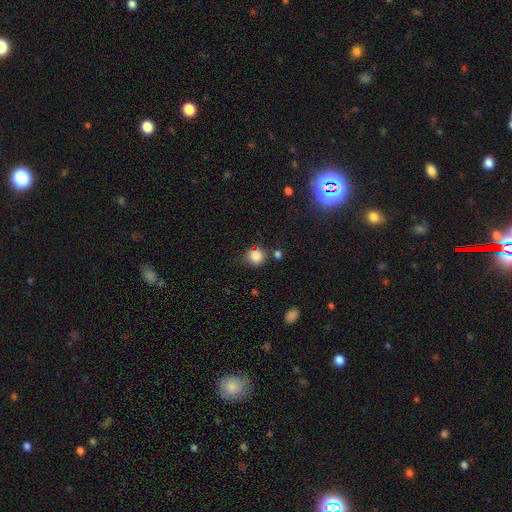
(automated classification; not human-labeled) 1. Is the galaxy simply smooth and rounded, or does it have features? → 83% smooth, 13% star or artifact, 4% featured or disk.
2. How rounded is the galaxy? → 88% round, 11% in between, 1% cigar-shaped.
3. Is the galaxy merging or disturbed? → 74% none, 15% minor disturbance, 7% merger, 5% major disturbance.